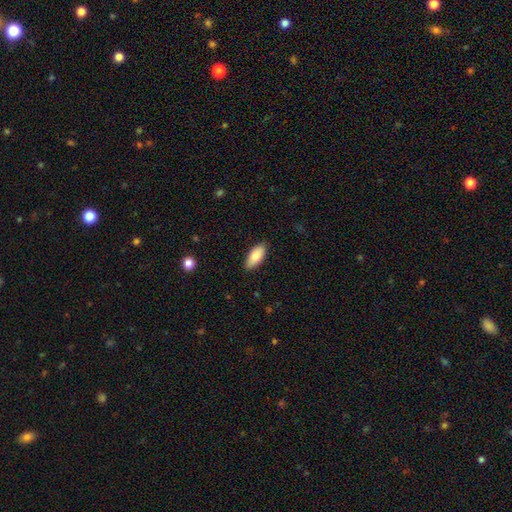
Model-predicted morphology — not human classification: This is clearly a smooth galaxy (85%). How rounded: clearly in between (88%). Merging: clearly none (88%).